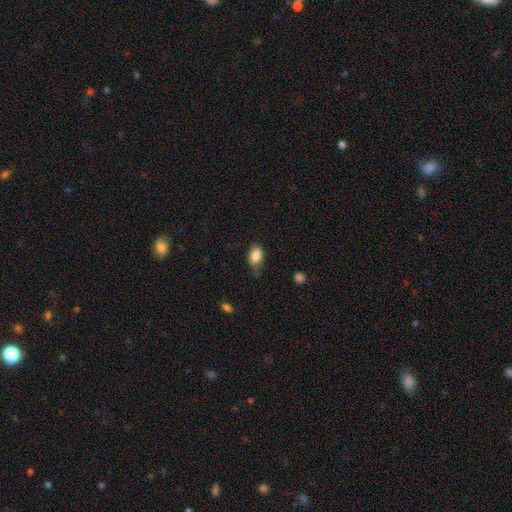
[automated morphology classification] Overall: smooth (85%). How rounded: in between (86%). Merging: none (58%; minor disturbance 31%).